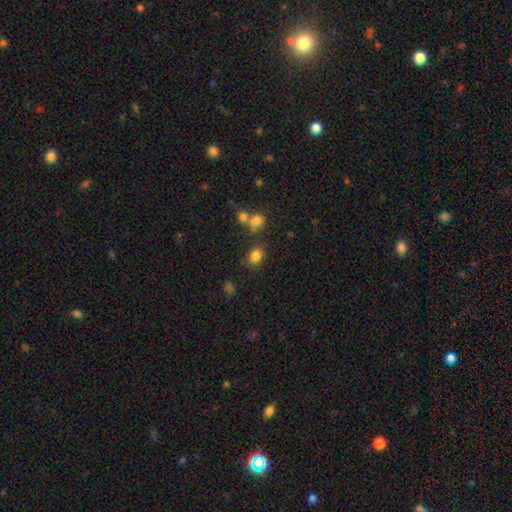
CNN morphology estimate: smooth_or_featured: smooth (p=0.82) [alt: star or artifact p=0.12]
how_rounded: in between (p=0.62) [alt: round p=0.37]
merging: none (p=0.73) [alt: minor disturbance p=0.12]